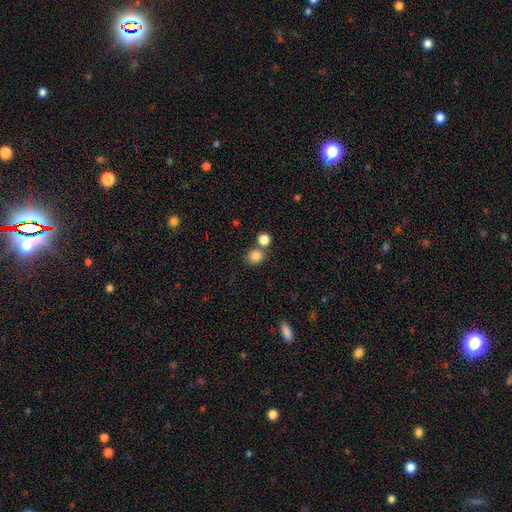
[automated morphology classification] A smooth galaxy with no disk features (84%) that is round (86%). Merging: none (64%).